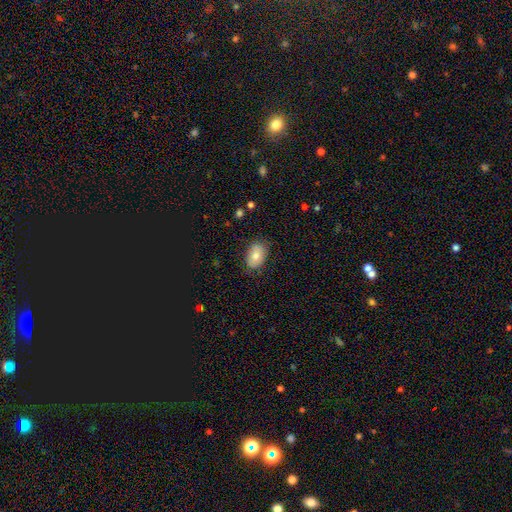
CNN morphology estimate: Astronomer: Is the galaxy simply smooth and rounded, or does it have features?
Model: smooth — 73%.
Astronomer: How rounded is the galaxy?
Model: in between — 79%.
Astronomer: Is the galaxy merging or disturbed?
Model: none — 78%.